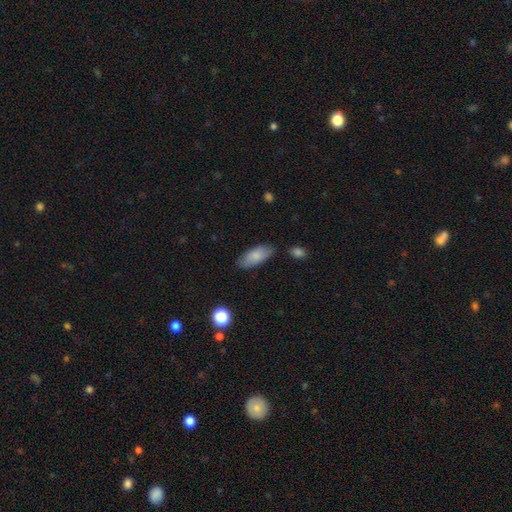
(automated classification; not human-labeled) Smooth or featured?
  - smooth: 81% *
  - featured or disk: 13%
  - star or artifact: 6%
How rounded?
  - in between: 86% *
  - cigar-shaped: 12%
  - round: 2%
Merging?
  - none: 76% *
  - minor disturbance: 18%
  - major disturbance: 3%
  - merger: 3%